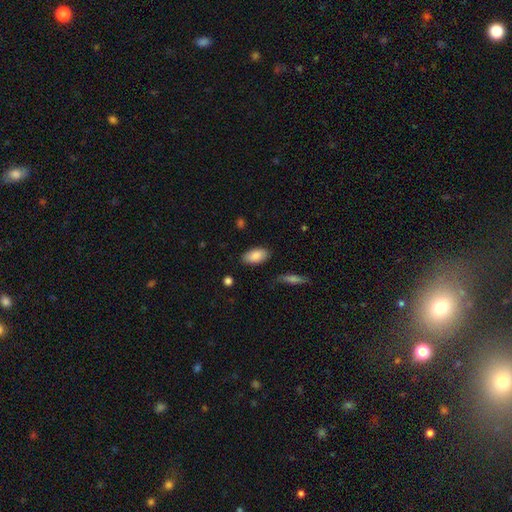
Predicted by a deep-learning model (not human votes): Overall: smooth (86%). How rounded: in between (92%). Merging: none (85%).